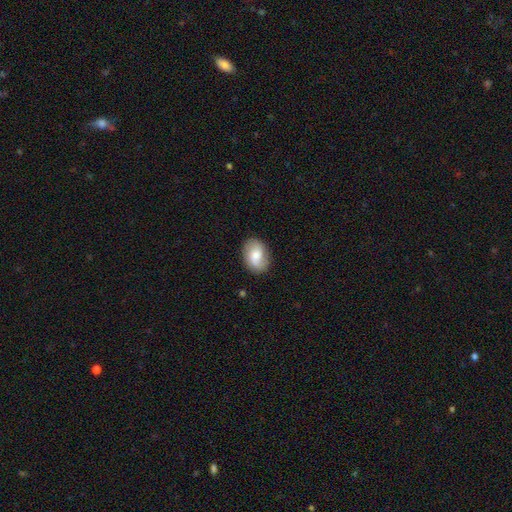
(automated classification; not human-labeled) smooth-or-featured: smooth: 60% | featured or disk: 33% | star or artifact: 7%
  how-rounded: in between: 80% | round: 19% | cigar-shaped: 1%
  merging: none: 84% | minor disturbance: 12% | major disturbance: 3% | merger: 1%